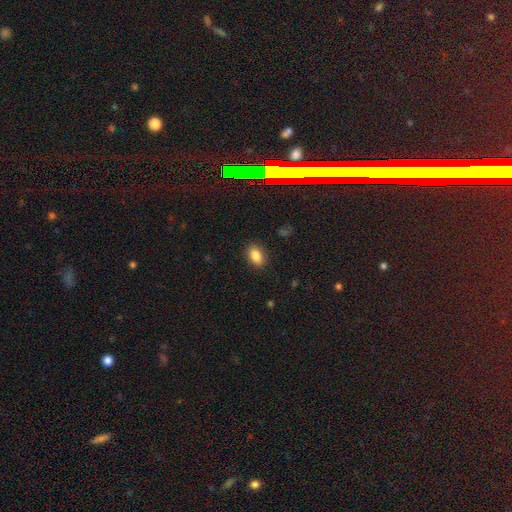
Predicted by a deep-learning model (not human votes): This appears to be a smooth galaxy with no disk features (83%) that is in between round and cigar-shaped (85%). Merging: none (87%).